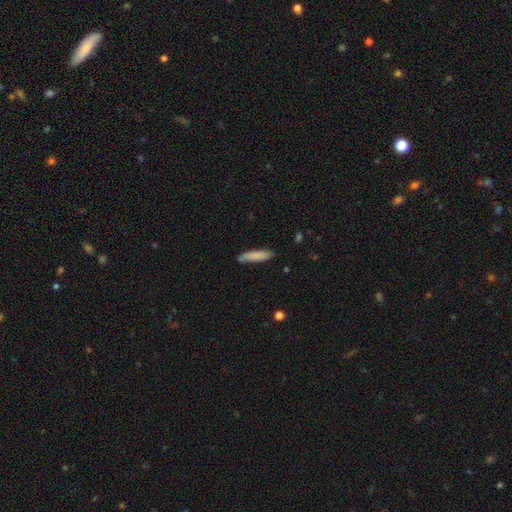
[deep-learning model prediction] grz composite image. It shows a smooth galaxy with no disk features (81%) that is cigar-shaped (83%). Merging: none (79%).